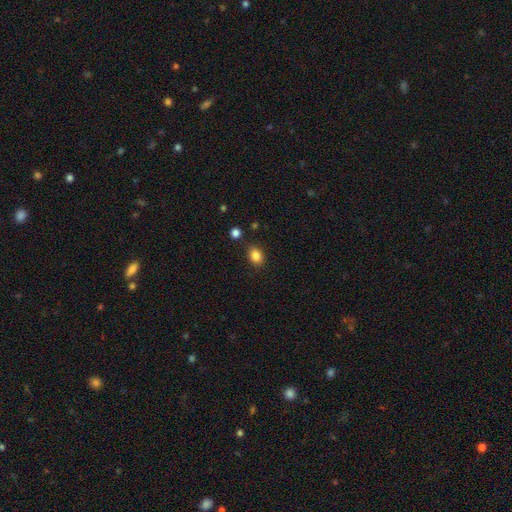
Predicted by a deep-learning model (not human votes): Smooth or featured: smooth — 85% (star or artifact — 11%)
How rounded: in between — 55% (round — 44%)
Merging: none — 84% (minor disturbance — 10%)